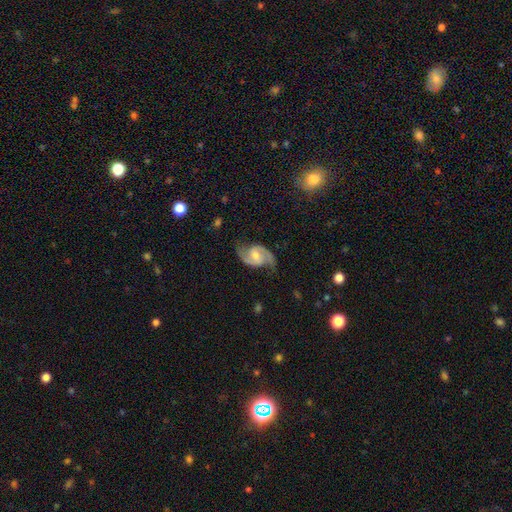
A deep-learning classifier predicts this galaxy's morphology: Smooth or featured? Predicted: featured or disk (p=0.89). Edge-on disk? Predicted: no (p=0.98). Bar? Predicted: weak (p=0.47). Spiral arms? Predicted: yes (p=0.98). Spiral winding? Predicted: medium (p=0.56). Spiral arm count? Predicted: 2 (p=0.94). Bulge size? Predicted: moderate (p=0.56). Merging? Predicted: none (p=0.77).